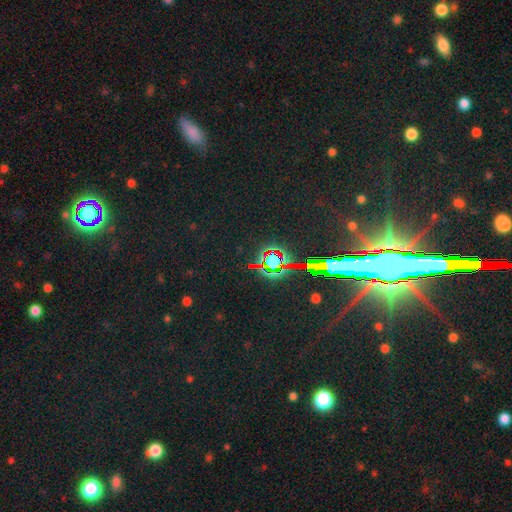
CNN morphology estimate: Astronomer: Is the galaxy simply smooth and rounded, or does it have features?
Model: star or artifact — 81%.